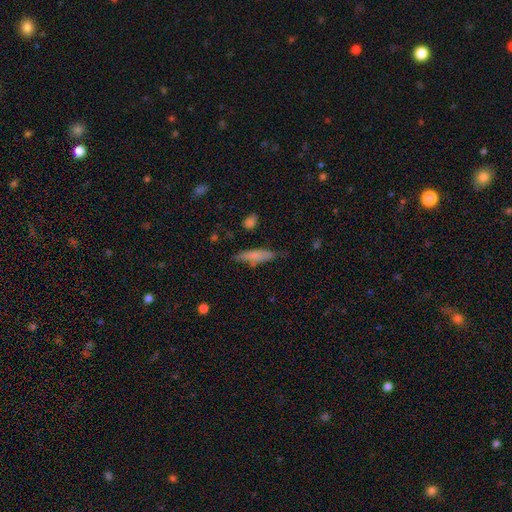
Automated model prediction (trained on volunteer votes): Smooth or featured?
  - smooth: 75% *
  - featured or disk: 18%
  - star or artifact: 7%
How rounded?
  - cigar-shaped: 73% *
  - in between: 25%
  - round: 2%
Merging?
  - none: 73% *
  - minor disturbance: 20%
  - major disturbance: 4%
  - merger: 4%